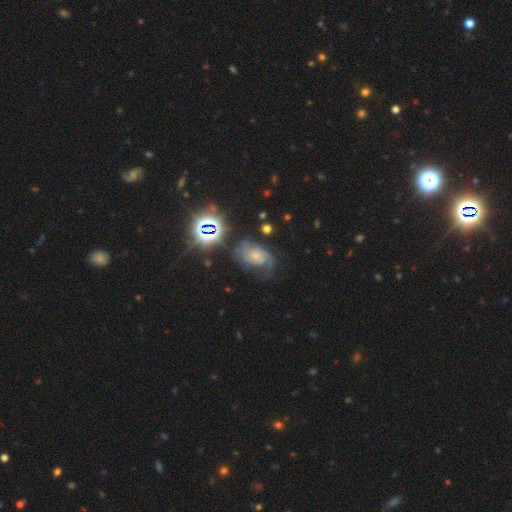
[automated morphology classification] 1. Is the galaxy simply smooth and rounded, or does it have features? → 55% featured or disk, 26% smooth, 20% star or artifact.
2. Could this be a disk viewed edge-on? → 96% no, 4% yes.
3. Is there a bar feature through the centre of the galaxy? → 79% no, 17% weak, 4% strong.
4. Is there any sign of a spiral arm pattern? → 83% yes, 17% no.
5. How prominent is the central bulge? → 65% small, 23% moderate, 7% none, 3% large, 2% dominant.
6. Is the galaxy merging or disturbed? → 40% none, 28% major disturbance, 28% minor disturbance, 4% merger.